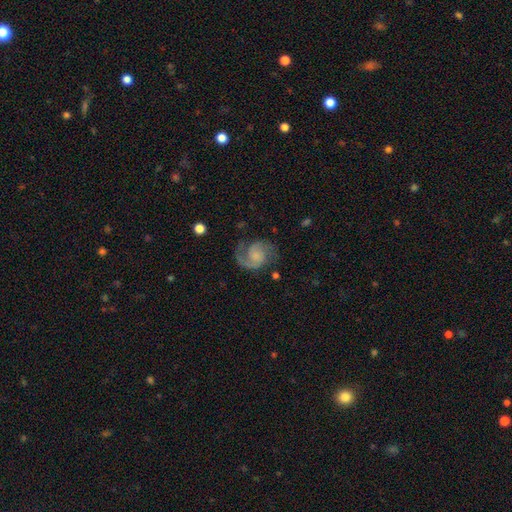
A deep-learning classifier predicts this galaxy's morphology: Smooth or featured?
  - featured or disk: 87% *
  - smooth: 8%
  - star or artifact: 6%
Edge-on disk?
  - no: 98% *
  - yes: 2%
Bar?
  - no: 66% *
  - weak: 29%
  - strong: 5%
Spiral arms?
  - yes: 98% *
  - no: 2%
Spiral winding?
  - medium: 54% *
  - tight: 26%
  - loose: 20%
Spiral arm count?
  - 2: 83% *
  - 1: 11%
  - can't tell: 3%
  - 3: 2%
  - 4: 1%
  - more than 4: 1%
Bulge size?
  - small: 42% *
  - none: 34%
  - moderate: 18%
  - large: 4%
  - dominant: 2%
Merging?
  - none: 72% *
  - minor disturbance: 16%
  - major disturbance: 10%
  - merger: 2%